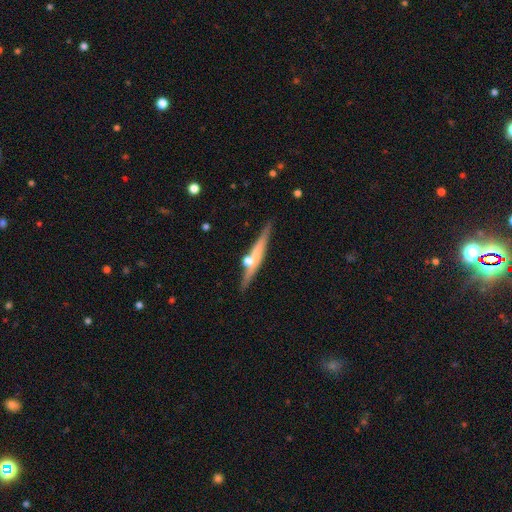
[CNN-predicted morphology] Smooth or featured: featured or disk — 62% (smooth — 31%)
Edge-on disk: yes — 96% (no — 4%)
Edge-on bulge: rounded — 71% (none — 20%)
Merging: none — 77% (minor disturbance — 11%)